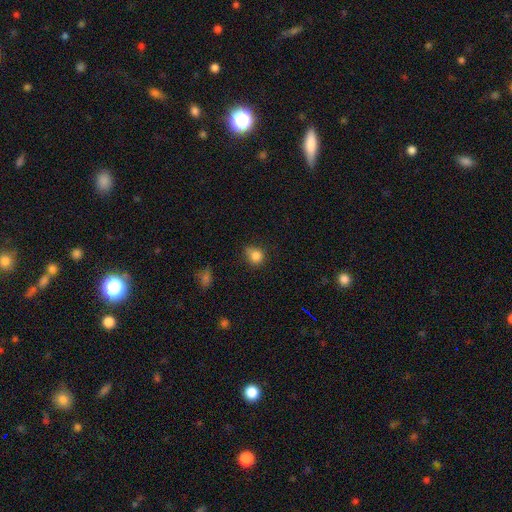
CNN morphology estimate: type=smooth (83%); roundness=round (80%); merging=none (62%).